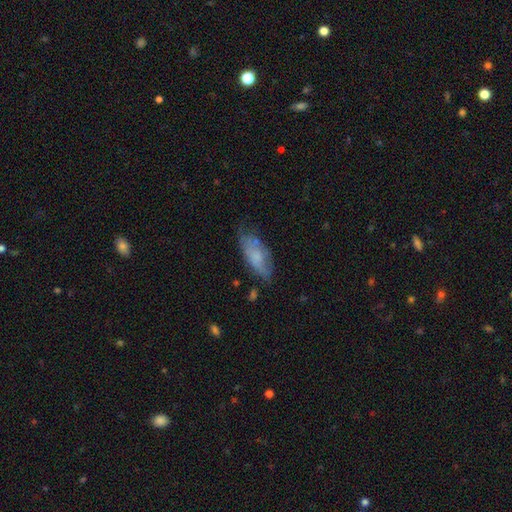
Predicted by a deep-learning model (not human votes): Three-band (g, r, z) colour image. It shows a smooth galaxy with no disk features (65%) that is in between round and cigar-shaped (79%). Merging: none (58%).